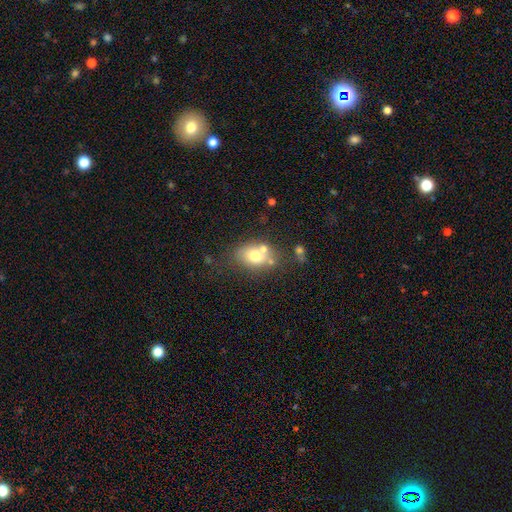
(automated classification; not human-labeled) Overall: smooth (68%). How rounded: in between (68%; round 31%). Merging: none (55%; merger 23%).